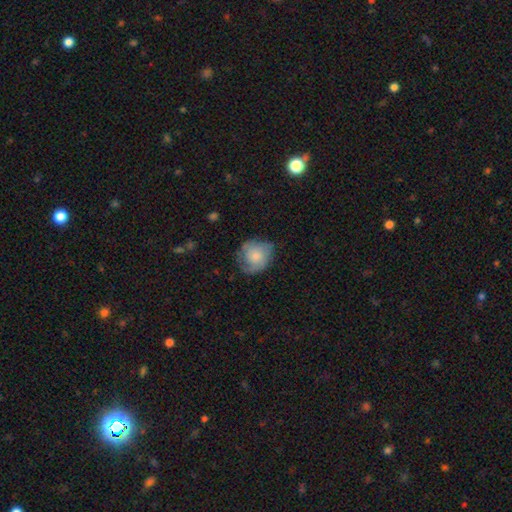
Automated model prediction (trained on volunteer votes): A smooth galaxy with no disk features (63%) that is round (74%).

Vote fractions:
- Smooth or featured? smooth: 63% / featured or disk: 30% / star or artifact: 7%
- How rounded? round: 74% / in between: 25% / cigar-shaped: 1%
- Merging? none: 54% / minor disturbance: 32% / major disturbance: 12% / merger: 1%